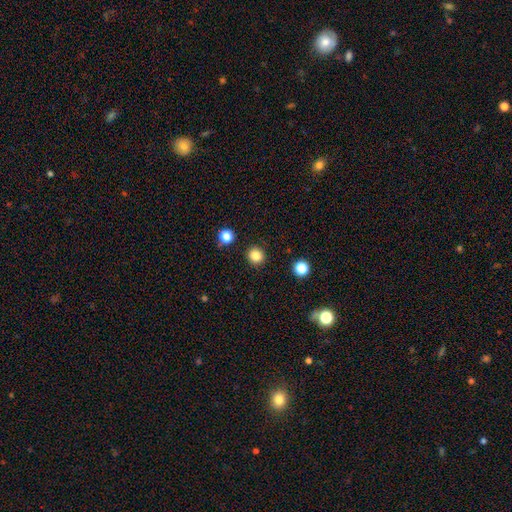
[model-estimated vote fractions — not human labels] smooth-or-featured: smooth: 84% | star or artifact: 12% | featured or disk: 4%
  how-rounded: round: 89% | in between: 10% | cigar-shaped: 1%
  merging: none: 91% | minor disturbance: 5% | major disturbance: 2% | merger: 2%